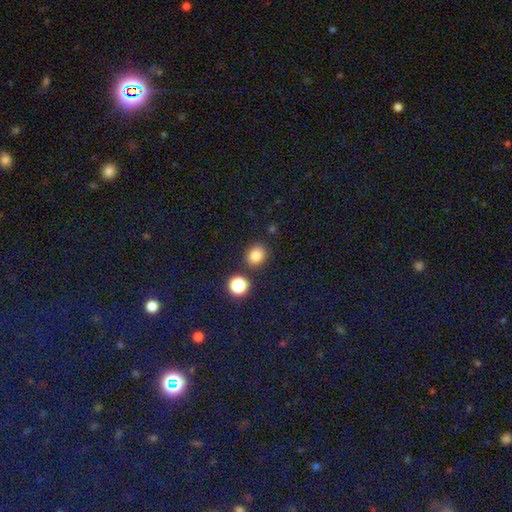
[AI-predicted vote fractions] smooth 81%, star or artifact 14%, featured or disk 5%. Down the decision tree: how rounded — round (70%); merging — none (83%).